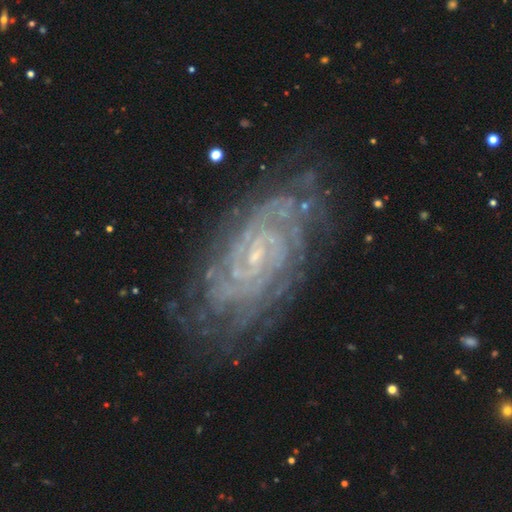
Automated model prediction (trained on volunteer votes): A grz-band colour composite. It shows a featured or disk galaxy (89%) with no bar (44%), 2 (27%) tight (78%) spiral arms (98%) and a small central bulge (81%). Merging: none (78%).